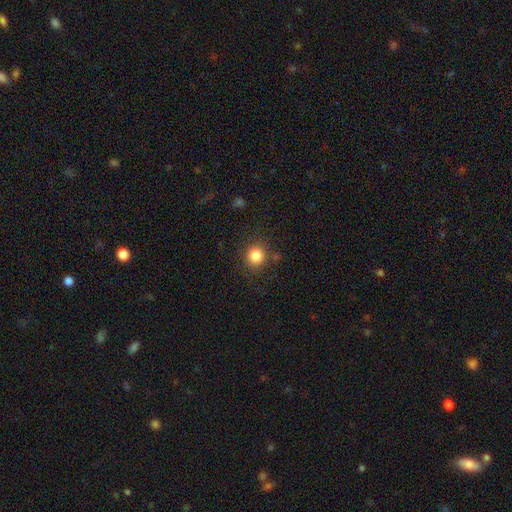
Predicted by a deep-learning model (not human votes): A smooth galaxy with no disk features (84%) that is round (90%).

Vote fractions:
- Smooth or featured? smooth: 84% / star or artifact: 12% / featured or disk: 5%
- How rounded? round: 90% / in between: 9% / cigar-shaped: 1%
- Merging? none: 85% / minor disturbance: 9% / major disturbance: 3% / merger: 3%